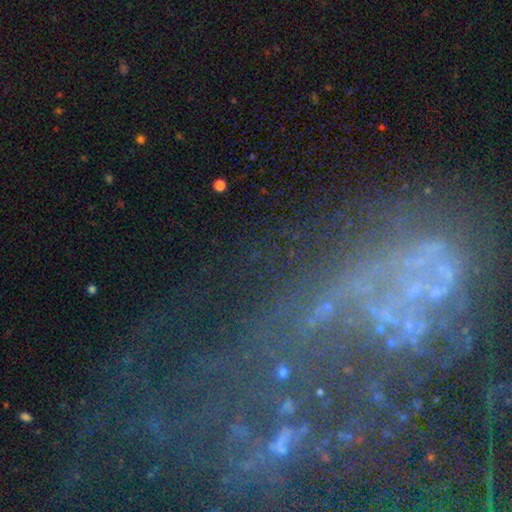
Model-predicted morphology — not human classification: Smooth or featured? Predicted: featured or disk (p=0.48). Merging? Predicted: none (p=0.63).